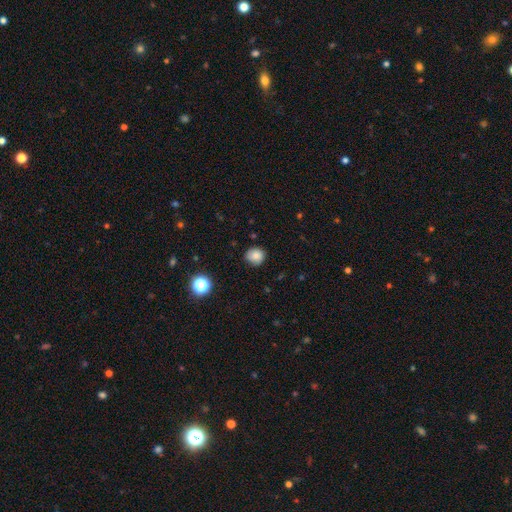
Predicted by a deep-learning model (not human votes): Q: Smooth or featured?
A: smooth (82%); runner-up: star or artifact (11%)
Q: How rounded?
A: round (83%); runner-up: in between (16%)
Q: Merging?
A: none (78%); runner-up: minor disturbance (17%)